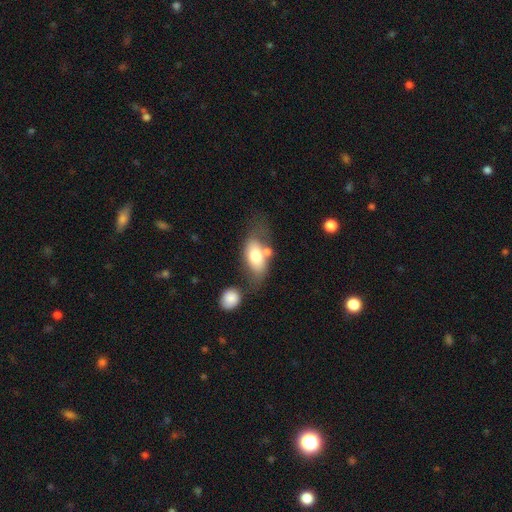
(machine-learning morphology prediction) Smooth or featured: smooth — 69% (featured or disk — 25%)
How rounded: in between — 88% (round — 7%)
Merging: none — 44% (merger — 22%)